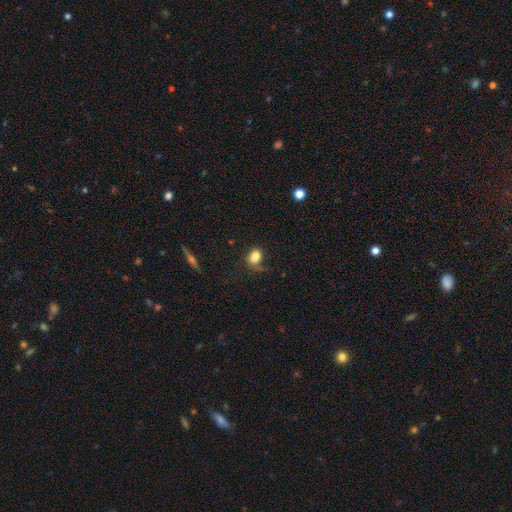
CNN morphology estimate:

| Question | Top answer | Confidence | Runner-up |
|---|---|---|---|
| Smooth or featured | smooth | 82% | star or artifact (10%) |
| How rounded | in between | 70% | round (29%) |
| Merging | none | 51% | minor disturbance (28%) |